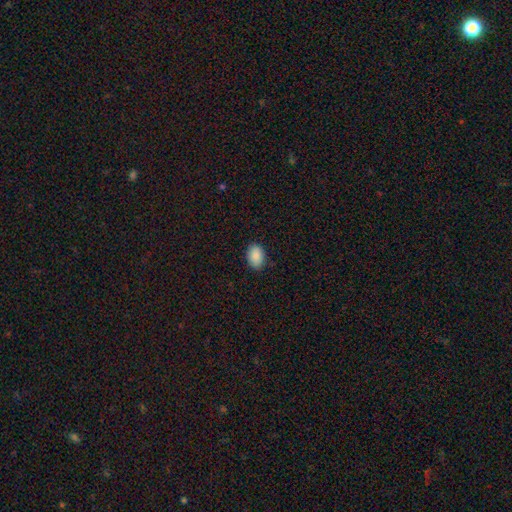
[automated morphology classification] smooth_or_featured: smooth (p=0.89) [alt: star or artifact p=0.07]
how_rounded: in between (p=0.87) [alt: round p=0.12]
merging: none (p=0.88) [alt: minor disturbance p=0.09]